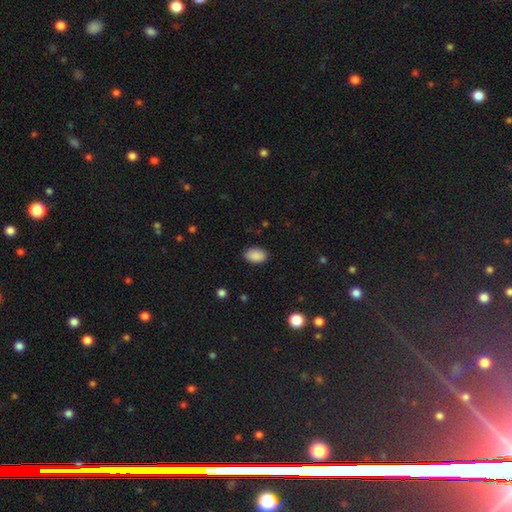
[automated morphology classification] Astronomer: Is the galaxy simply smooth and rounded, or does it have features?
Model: smooth — 89%.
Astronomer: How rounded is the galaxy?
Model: in between — 90%.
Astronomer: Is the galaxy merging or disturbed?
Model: none — 88%.